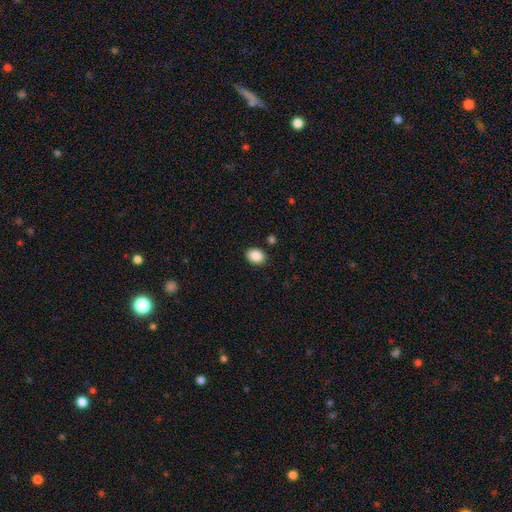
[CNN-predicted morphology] This appears to be a smooth galaxy with no disk features (89%) that is in between round and cigar-shaped (70%). Merging: none (88%).